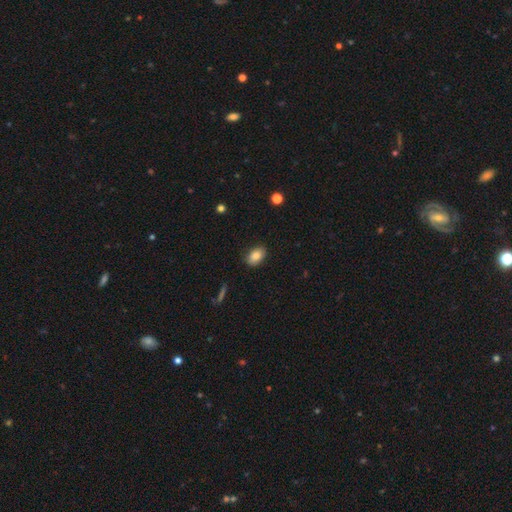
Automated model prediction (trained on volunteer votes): smooth-or-featured: smooth: 84% | star or artifact: 8% | featured or disk: 7%
  how-rounded: in between: 86% | round: 12% | cigar-shaped: 1%
  merging: none: 85% | minor disturbance: 12% | major disturbance: 2% | merger: 1%